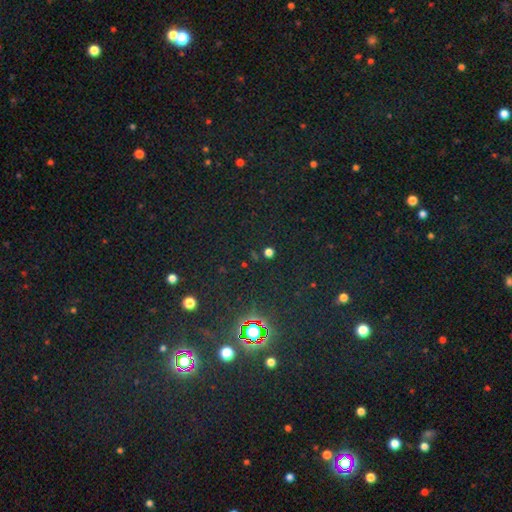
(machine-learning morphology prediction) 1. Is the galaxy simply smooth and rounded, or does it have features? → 78% star or artifact, 14% smooth, 8% featured or disk.